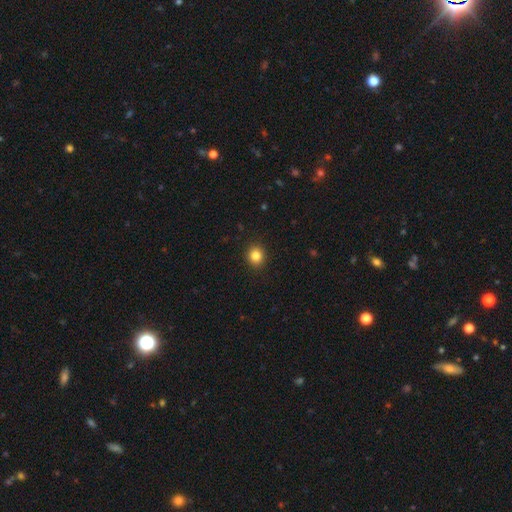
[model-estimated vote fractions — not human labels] A smooth galaxy with no disk features (83%) that is round (82%). Merging: none (92%).